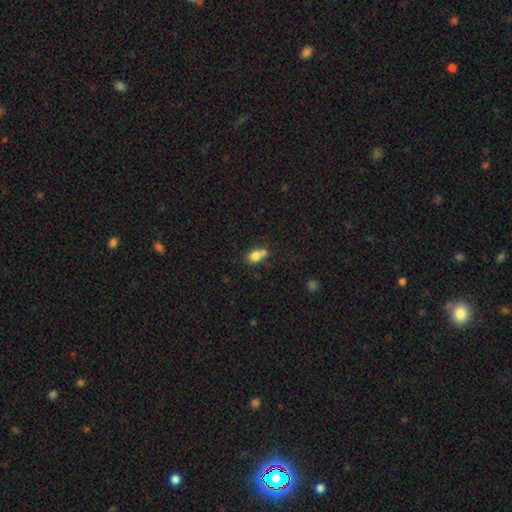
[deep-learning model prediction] smooth_or_featured: smooth (p=0.78) [alt: featured or disk p=0.11]
how_rounded: in between (p=0.56) [alt: round p=0.42]
merging: none (p=0.42) [alt: merger p=0.41]